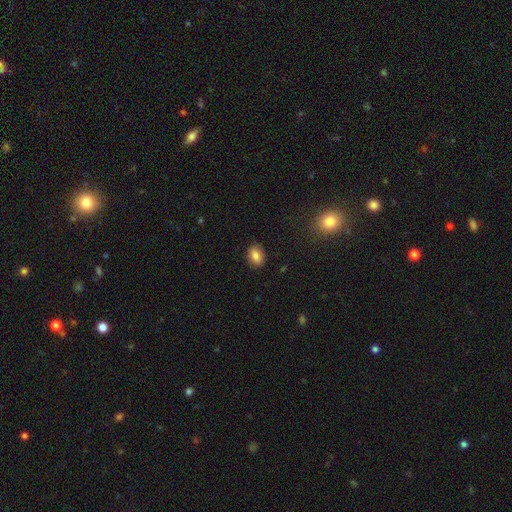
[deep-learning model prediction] Morphology: type=smooth (82%); roundness=in between (70%); merging=none (88%).